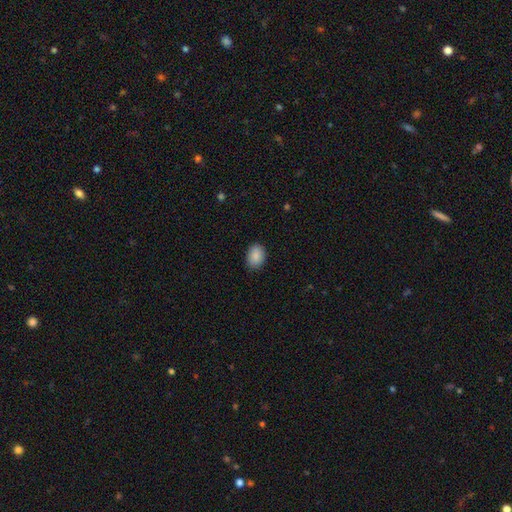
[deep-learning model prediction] smooth_or_featured: smooth (p=0.89) [alt: star or artifact p=0.07]
how_rounded: in between (p=0.75) [alt: round p=0.24]
merging: none (p=0.88) [alt: minor disturbance p=0.09]